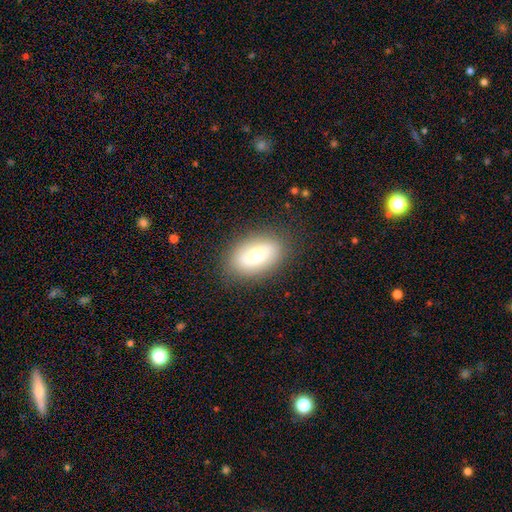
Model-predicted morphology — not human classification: This appears to be a smooth galaxy with no disk features (62%) that is in between round and cigar-shaped (86%). Merging: none (83%).